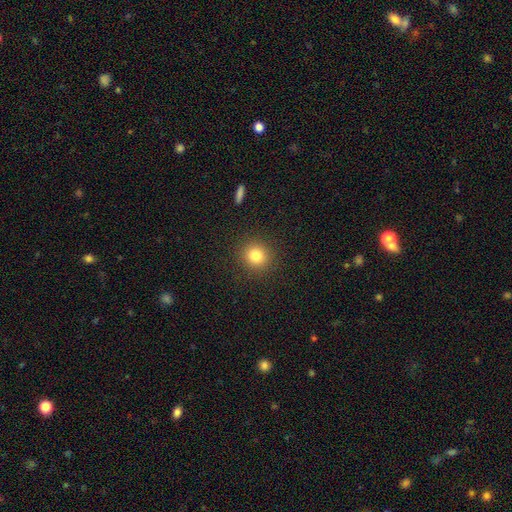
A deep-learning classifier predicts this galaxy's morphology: This is clearly a smooth galaxy (82%). How rounded: clearly round (88%). Merging: clearly none (90%).